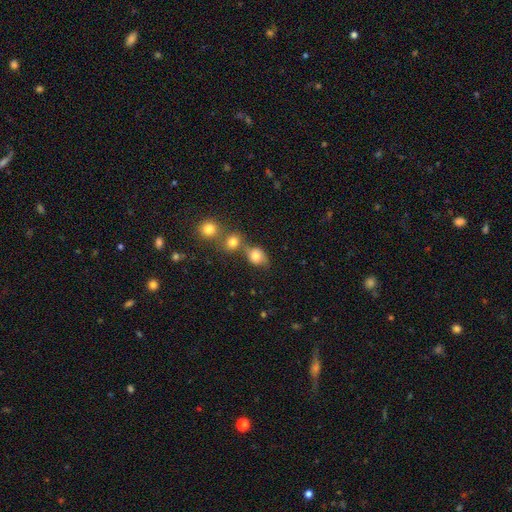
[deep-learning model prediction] smooth-or-featured: smooth: 78% | star or artifact: 11% | featured or disk: 11%
  how-rounded: round: 52% | in between: 46% | cigar-shaped: 2%
  merging: none: 47% | merger: 29% | minor disturbance: 17% | major disturbance: 7%